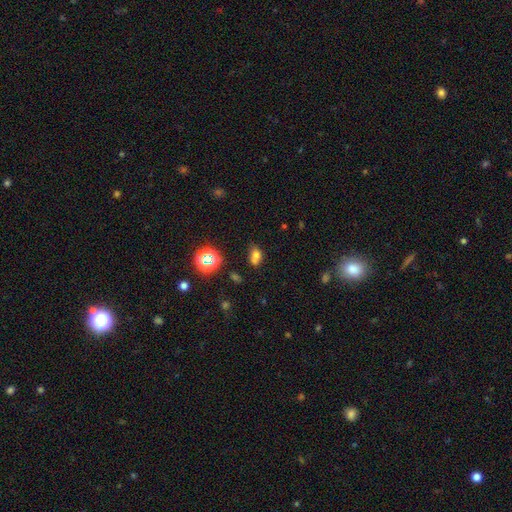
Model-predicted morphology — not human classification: smooth 68%, star or artifact 19%, featured or disk 13%. Down the decision tree: how rounded — in between (64%); merging — none (44%).